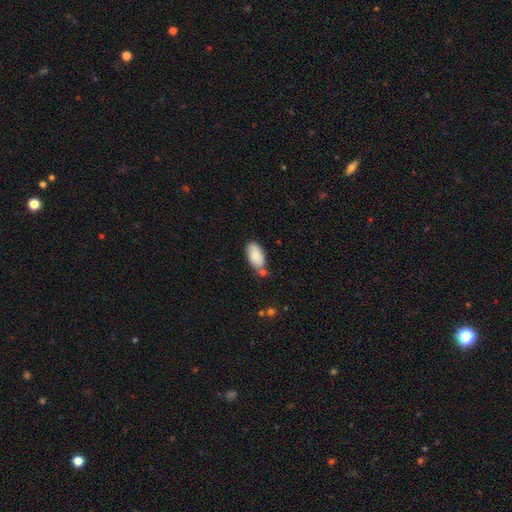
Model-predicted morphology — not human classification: Smooth or featured?
  - smooth: 86% *
  - featured or disk: 7%
  - star or artifact: 6%
How rounded?
  - in between: 95% *
  - round: 3%
  - cigar-shaped: 3%
Merging?
  - none: 66% *
  - minor disturbance: 19%
  - merger: 11%
  - major disturbance: 4%